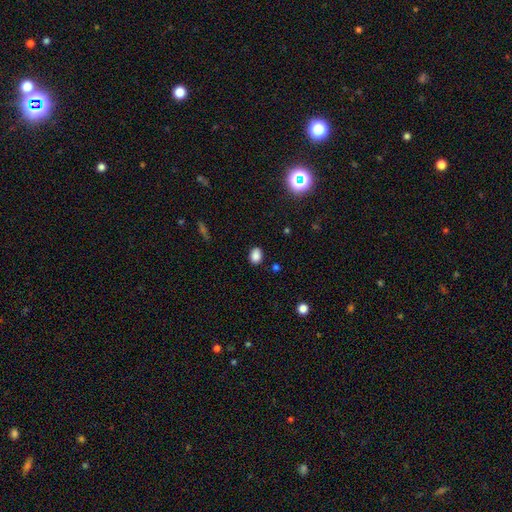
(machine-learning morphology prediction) smooth_or_featured: smooth (p=0.85) [alt: star or artifact p=0.11]
how_rounded: in between (p=0.67) [alt: round p=0.32]
merging: none (p=0.84) [alt: minor disturbance p=0.12]